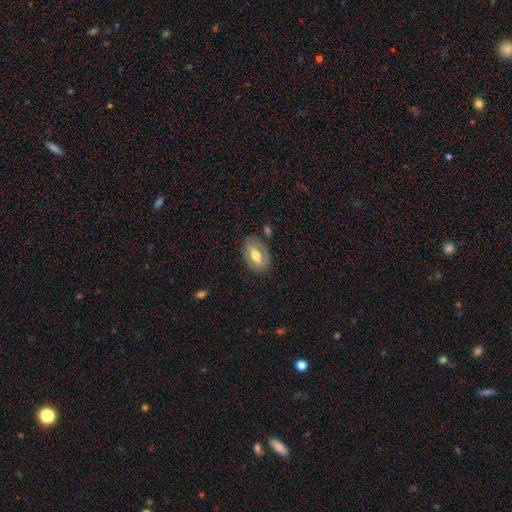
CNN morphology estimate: A featured or disk galaxy (50%).

Vote fractions:
- Smooth or featured? featured or disk: 50% / smooth: 43% / star or artifact: 7%
- Edge-on disk? no: 83% / yes: 17%
- Merging? none: 77% / minor disturbance: 16% / major disturbance: 5% / merger: 3%